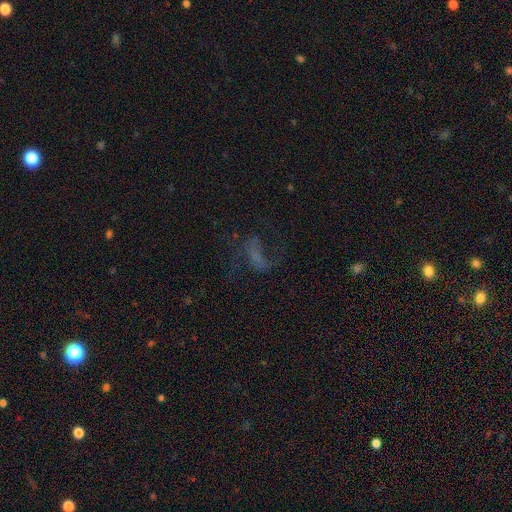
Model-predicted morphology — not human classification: Overall: featured or disk (45%; smooth 30%). Merging: none (42%; major disturbance 39%).